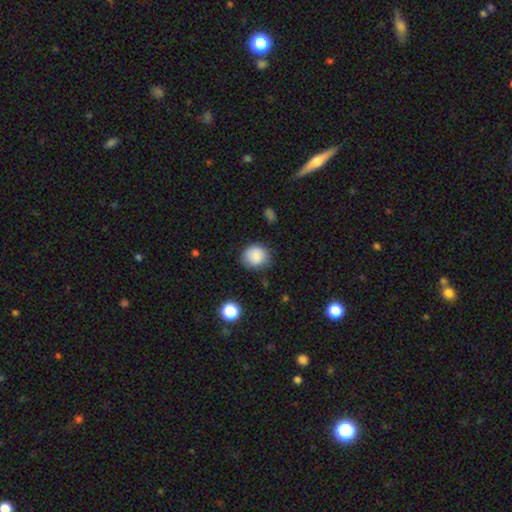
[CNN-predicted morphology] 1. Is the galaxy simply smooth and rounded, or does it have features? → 86% smooth, 9% star or artifact, 5% featured or disk.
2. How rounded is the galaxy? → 81% round, 18% in between, 1% cigar-shaped.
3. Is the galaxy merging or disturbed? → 78% none, 17% minor disturbance, 4% major disturbance, 2% merger.